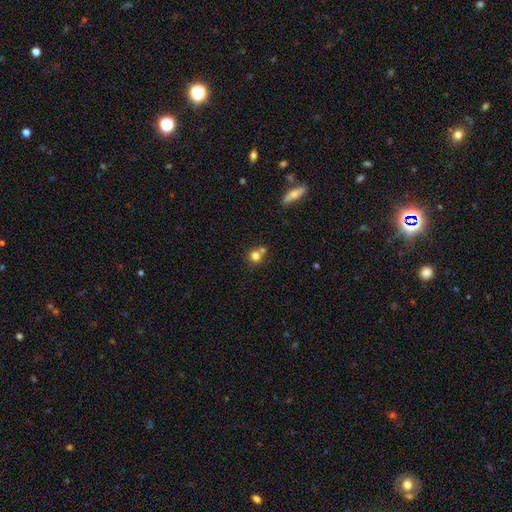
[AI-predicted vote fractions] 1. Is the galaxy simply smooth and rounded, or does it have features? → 79% smooth, 12% star or artifact, 9% featured or disk.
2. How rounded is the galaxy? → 89% round, 10% in between, 1% cigar-shaped.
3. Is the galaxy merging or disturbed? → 58% none, 30% merger, 9% minor disturbance, 3% major disturbance.